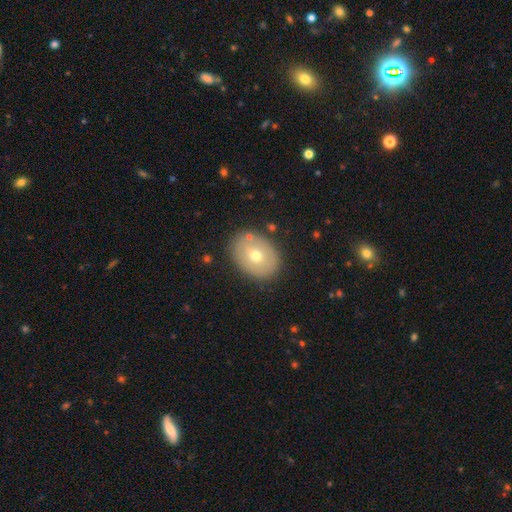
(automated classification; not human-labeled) Morphology: type=smooth (60%); roundness=in between (62%); merging=none (83%).